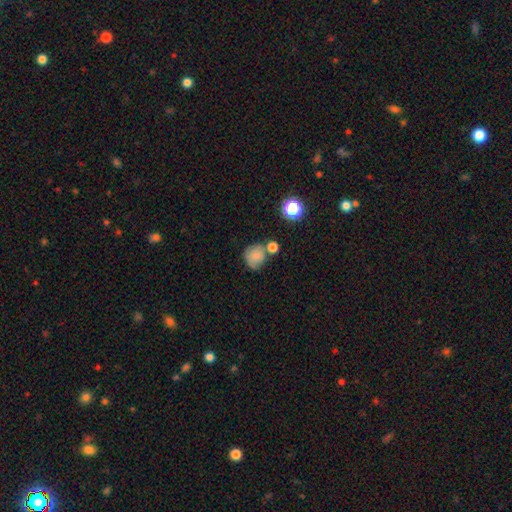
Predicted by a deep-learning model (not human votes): Smooth or featured: smooth — 77% (featured or disk — 12%)
How rounded: round — 80% (in between — 19%)
Merging: none — 50% (merger — 22%)